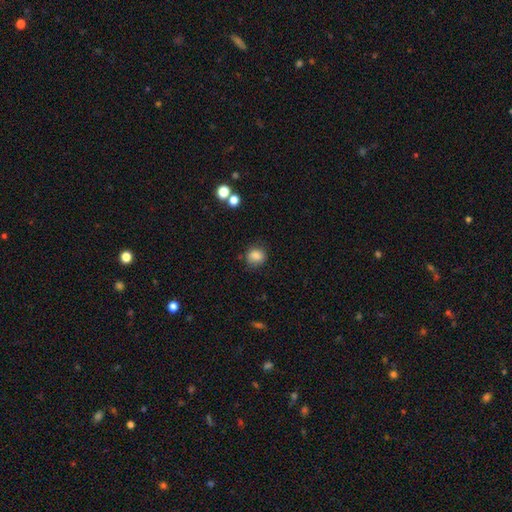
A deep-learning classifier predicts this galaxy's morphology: This appears to be a smooth galaxy with no disk features (84%) that is round (73%). Merging: none (77%).